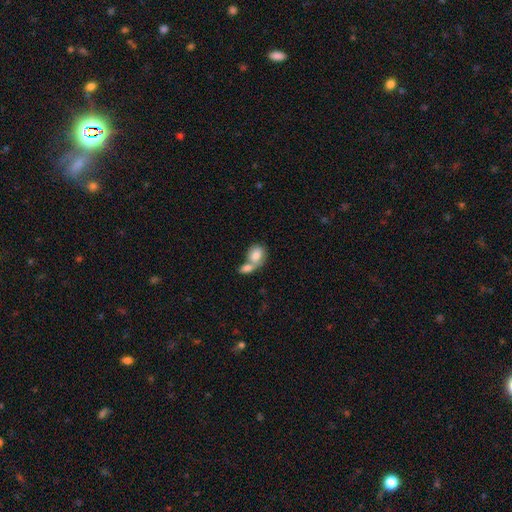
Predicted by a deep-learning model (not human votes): Smooth or featured?
  - smooth: 79% *
  - featured or disk: 14%
  - star or artifact: 6%
How rounded?
  - in between: 63% *
  - round: 35%
  - cigar-shaped: 2%
Merging?
  - merger: 66% *
  - none: 21%
  - minor disturbance: 8%
  - major disturbance: 5%